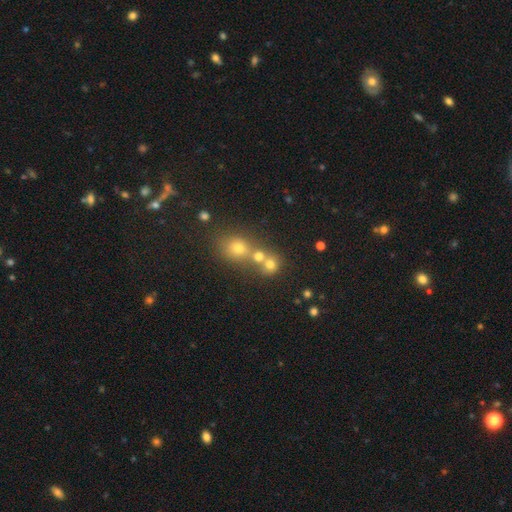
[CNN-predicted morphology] Smooth or featured? Predicted: smooth (p=0.55). How rounded? Predicted: round (p=0.79). Merging? Predicted: none (p=0.48).